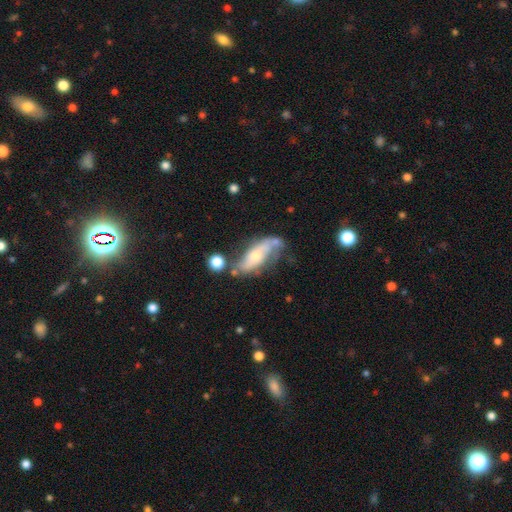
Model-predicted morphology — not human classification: Smooth or featured? Predicted: featured or disk (p=0.63). Edge-on disk? Predicted: no (p=0.80). Bar? Predicted: no (p=0.65). Spiral arms? Predicted: yes (p=0.73). Bulge size? Predicted: moderate (p=0.56). Merging? Predicted: none (p=0.46).